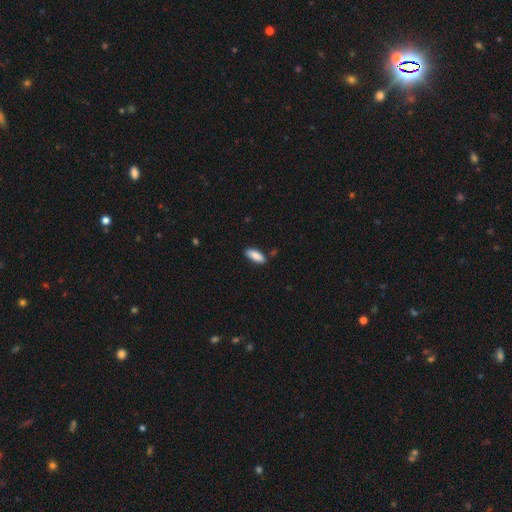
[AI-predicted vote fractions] A smooth galaxy with no disk features (87%) that is in between round and cigar-shaped (75%). Merging: none (84%).